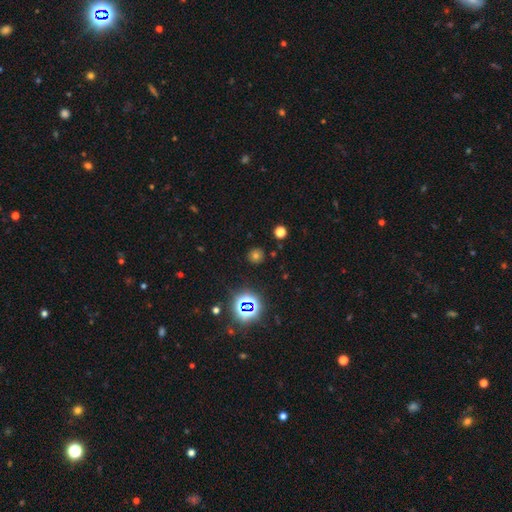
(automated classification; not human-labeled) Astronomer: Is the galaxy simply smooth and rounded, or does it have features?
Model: smooth — 60%.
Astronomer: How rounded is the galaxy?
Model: round — 91%.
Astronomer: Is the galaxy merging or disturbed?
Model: none — 88%.